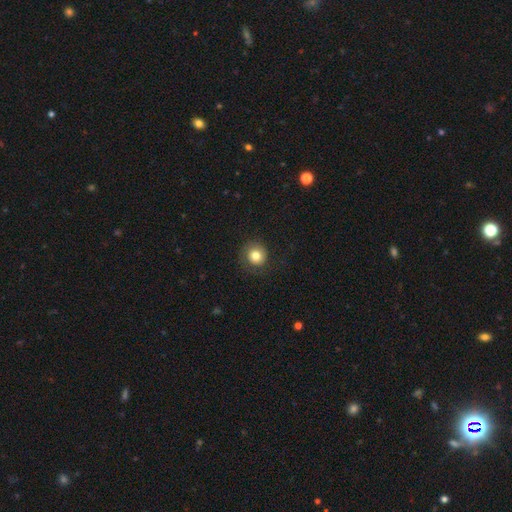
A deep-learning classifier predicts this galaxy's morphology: type=smooth (79%); roundness=round (91%); merging=none (78%).